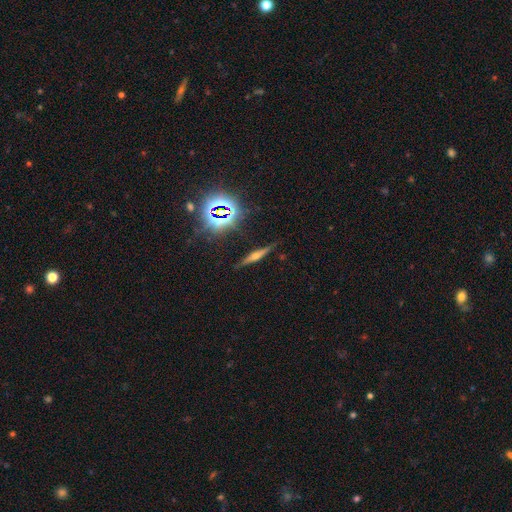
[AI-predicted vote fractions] This appears to be a featured or disk galaxy (59%) viewed edge-on (95%) with a rounded central bulge (86%). Merging: none (85%).